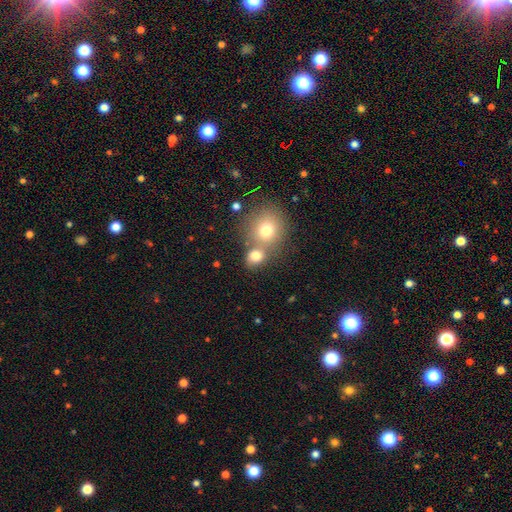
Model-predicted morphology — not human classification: Smooth or featured? Predicted: smooth (p=0.77). How rounded? Predicted: round (p=0.71). Merging? Predicted: none (p=0.44, tied with merger).